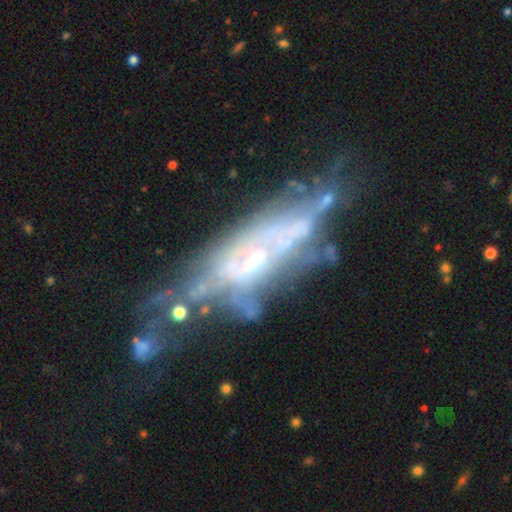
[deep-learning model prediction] The model was most divided on "spiral arms": no: 52%, yes: 48%. Remaining: smooth or featured — featured or disk (75%); edge-on disk — no (74%); bar — no (70%); bulge size — small (50%); merging — none (39%).